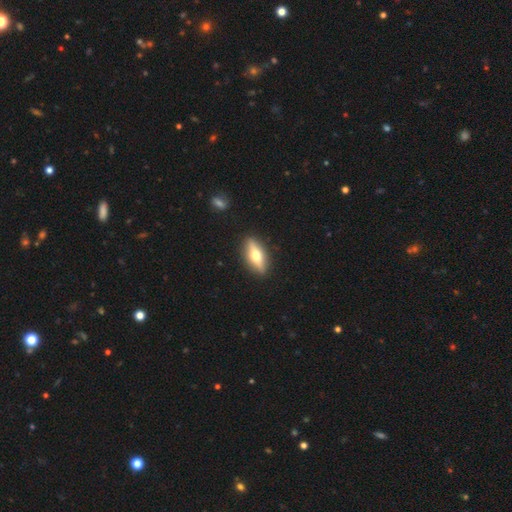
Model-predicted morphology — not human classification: A featured or disk galaxy (49%). Merging: none (89%).